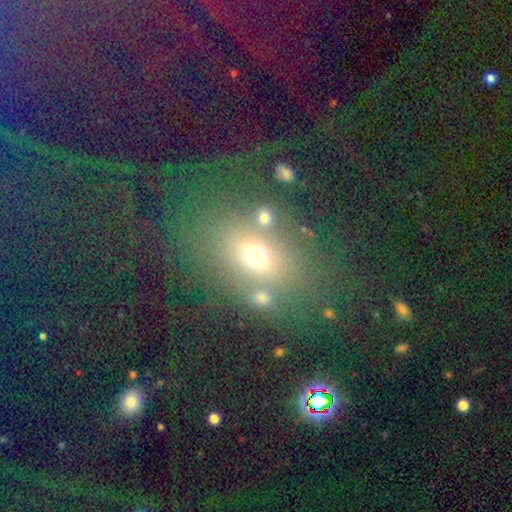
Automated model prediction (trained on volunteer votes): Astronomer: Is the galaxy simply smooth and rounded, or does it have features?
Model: smooth — 63%.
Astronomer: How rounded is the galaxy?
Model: in between — 66%.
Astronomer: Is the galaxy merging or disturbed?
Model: none — 64%.